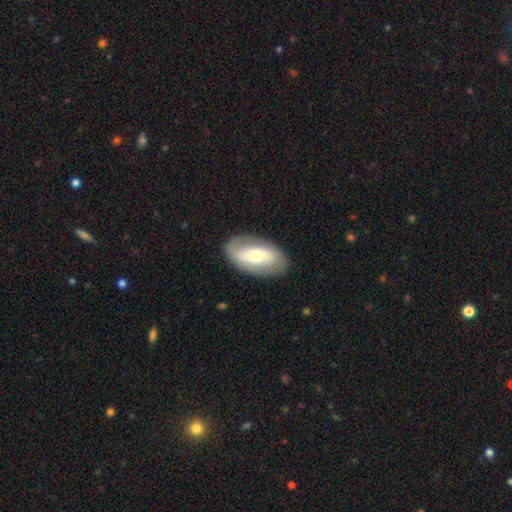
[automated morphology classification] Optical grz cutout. It shows a featured or disk galaxy (56%) with no bar (38%), spiral arms (60%) and a moderate central bulge (58%). Merging: none (84%).